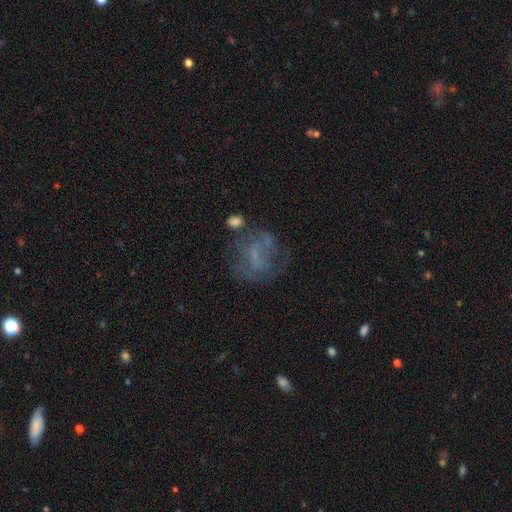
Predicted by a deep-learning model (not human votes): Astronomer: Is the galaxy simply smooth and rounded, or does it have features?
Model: featured or disk — 48% (runner-up: smooth, 33%).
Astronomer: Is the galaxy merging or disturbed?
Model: none — 49% (runner-up: major disturbance, 26%).